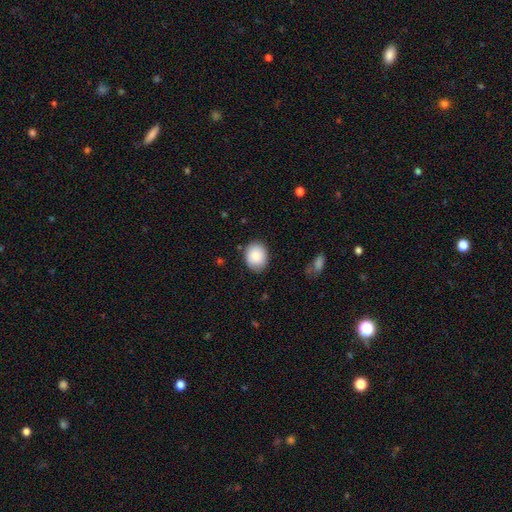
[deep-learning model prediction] Overall: smooth (85%). How rounded: round (56%; in between 43%). Merging: none (82%).